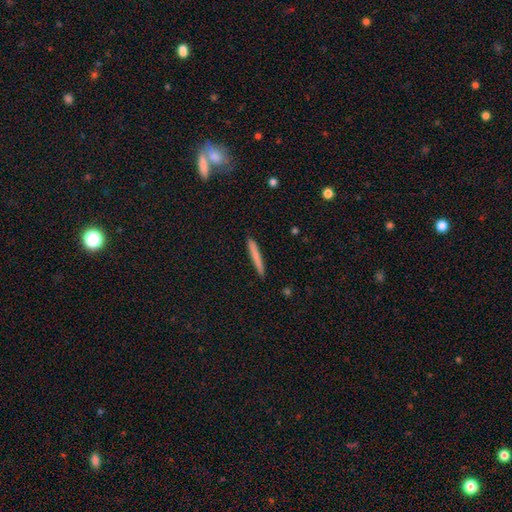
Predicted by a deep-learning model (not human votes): This appears to be a smooth galaxy with no disk features (74%) that is cigar-shaped (97%). Merging: none (91%).